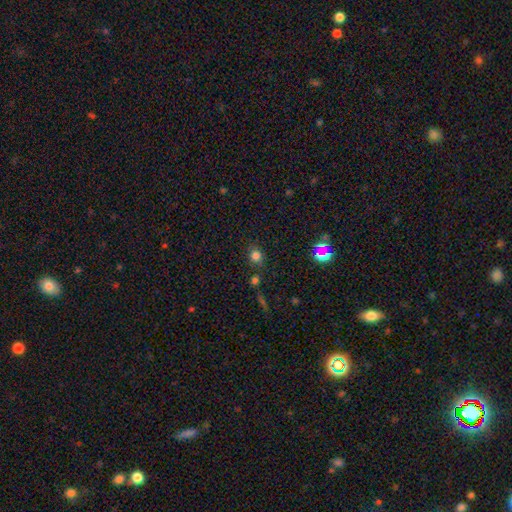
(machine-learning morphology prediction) This appears to be a smooth galaxy with no disk features (75%) that is round (83%). Merging: none (79%).